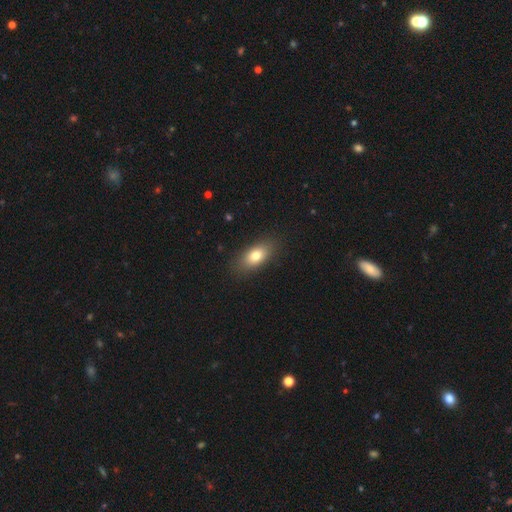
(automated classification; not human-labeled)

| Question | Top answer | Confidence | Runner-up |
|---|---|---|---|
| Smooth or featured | smooth | 78% | featured or disk (14%) |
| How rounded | in between | 84% | cigar-shaped (9%) |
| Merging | none | 85% | minor disturbance (10%) |